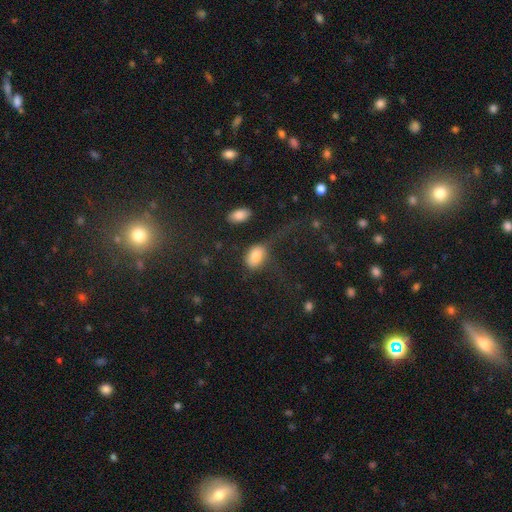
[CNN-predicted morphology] smooth_or_featured: smooth (p=0.79) [alt: featured or disk p=0.12]
how_rounded: in between (p=0.75) [alt: round p=0.23]
merging: none (p=0.38) [alt: major disturbance p=0.34]